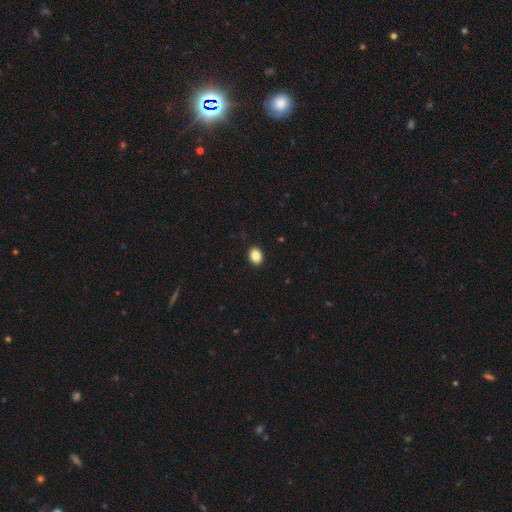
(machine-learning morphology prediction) A smooth galaxy with no disk features (87%) that is in between round and cigar-shaped (66%).

Vote fractions:
- Smooth or featured? smooth: 87% / star or artifact: 9% / featured or disk: 5%
- How rounded? in between: 66% / round: 33% / cigar-shaped: 1%
- Merging? none: 91% / minor disturbance: 6% / major disturbance: 2% / merger: 1%